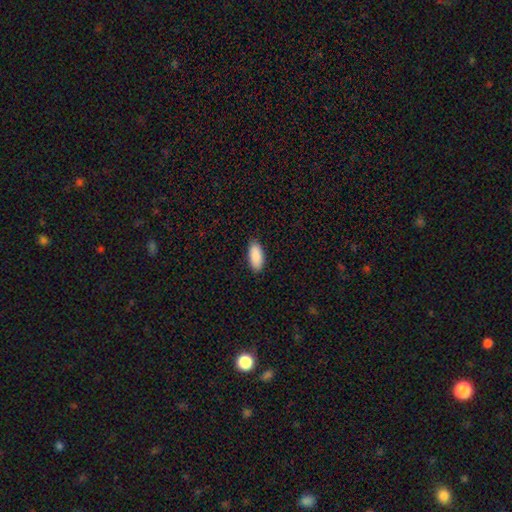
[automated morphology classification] type=smooth (91%); roundness=in between (89%); merging=none (89%).